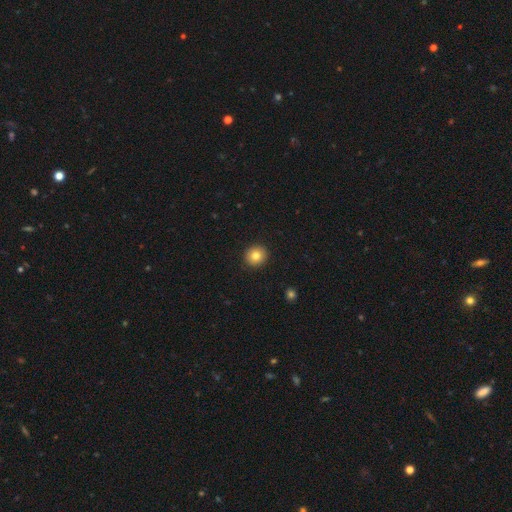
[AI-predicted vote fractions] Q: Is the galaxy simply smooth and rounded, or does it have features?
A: smooth — 82%.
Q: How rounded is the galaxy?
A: round — 91%.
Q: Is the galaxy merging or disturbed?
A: none — 92%.